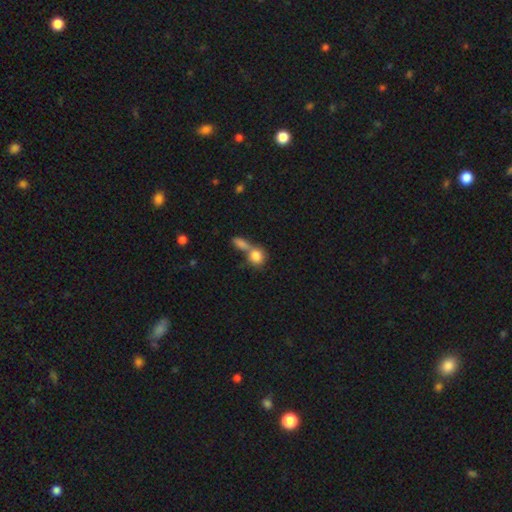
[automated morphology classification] smooth_or_featured: smooth (p=0.82) [alt: featured or disk p=0.09]
how_rounded: round (p=0.68) [alt: in between p=0.29]
merging: merger (p=0.54) [alt: none p=0.33]